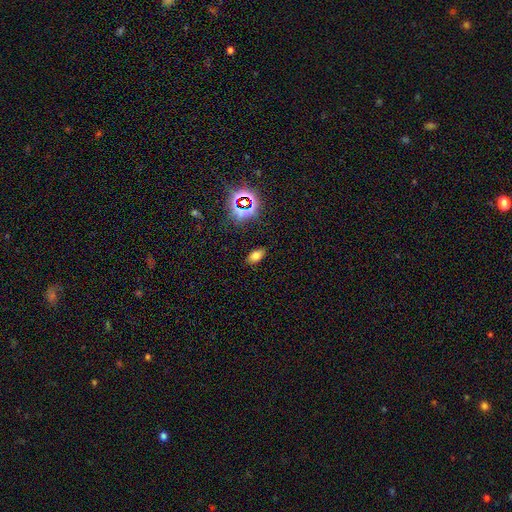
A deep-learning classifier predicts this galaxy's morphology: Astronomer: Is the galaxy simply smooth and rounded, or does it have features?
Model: smooth — 69%.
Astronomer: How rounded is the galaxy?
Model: in between — 89%.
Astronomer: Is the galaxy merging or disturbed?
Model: none — 86%.